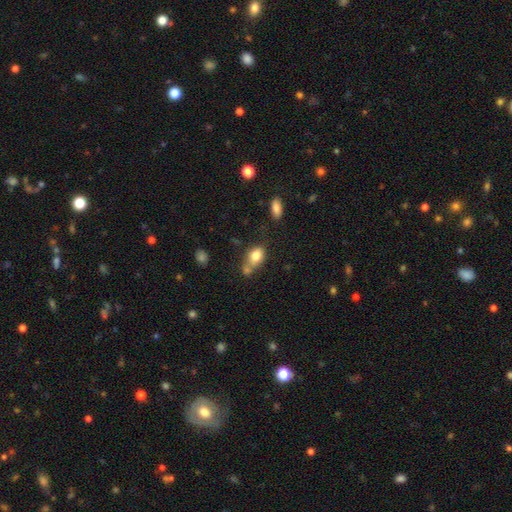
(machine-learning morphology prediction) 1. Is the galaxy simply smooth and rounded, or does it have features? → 79% smooth, 12% featured or disk, 9% star or artifact.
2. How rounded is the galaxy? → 68% in between, 31% round, 2% cigar-shaped.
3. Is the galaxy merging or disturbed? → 40% none, 34% merger, 19% minor disturbance, 8% major disturbance.